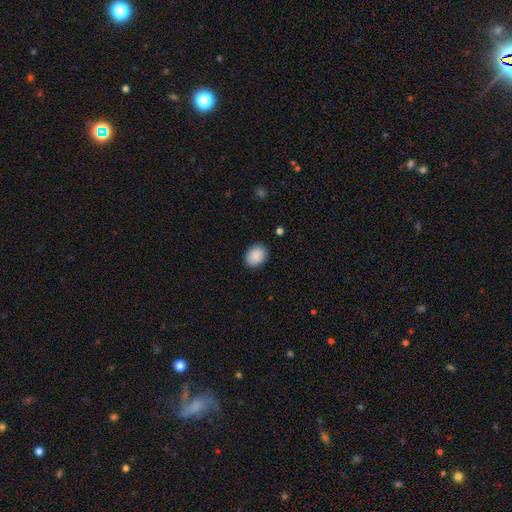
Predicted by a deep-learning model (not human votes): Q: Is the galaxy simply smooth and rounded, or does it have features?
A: smooth — 90%.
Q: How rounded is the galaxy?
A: in between — 58%.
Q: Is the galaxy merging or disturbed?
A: none — 88%.